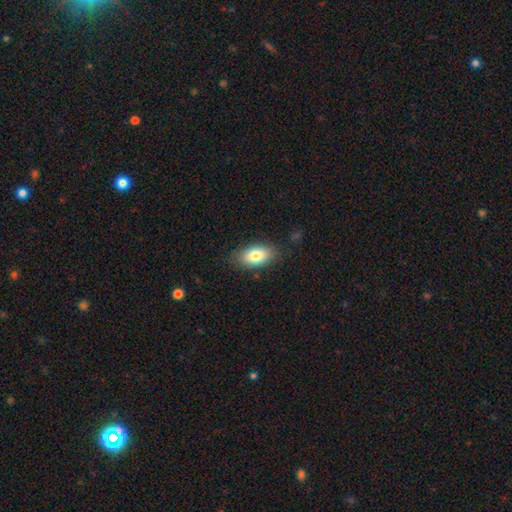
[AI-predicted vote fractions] smooth_or_featured: smooth (p=0.81) [alt: featured or disk p=0.11]
how_rounded: in between (p=0.92) [alt: round p=0.05]
merging: none (p=0.82) [alt: minor disturbance p=0.13]